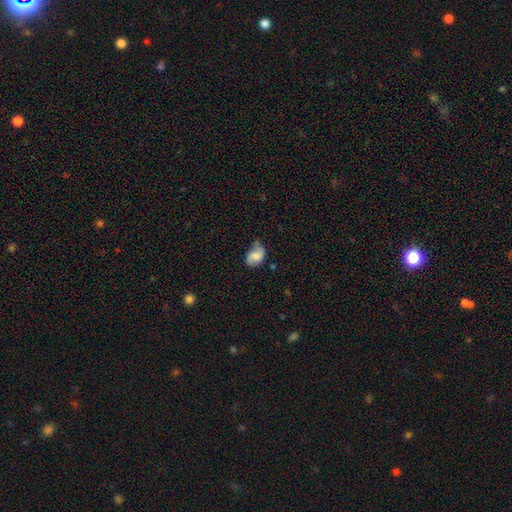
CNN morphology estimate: The model was most divided on "smooth or featured": smooth: 53%, featured or disk: 38%, star or artifact: 9%. More confident: how rounded — in between (78%); merging — none (51%).